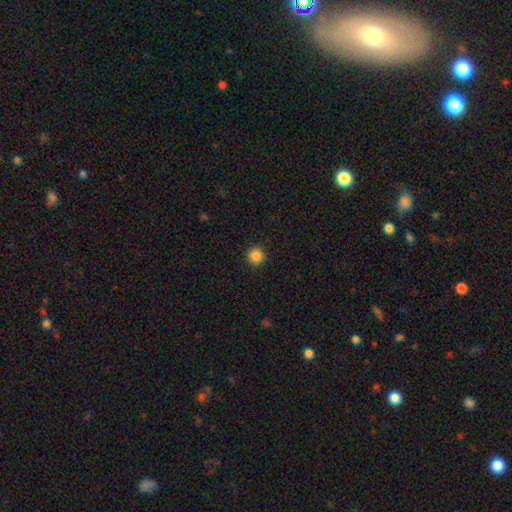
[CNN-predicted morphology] smooth 85%, star or artifact 11%, featured or disk 4%. Down the decision tree: how rounded — round (96%); merging — none (93%).